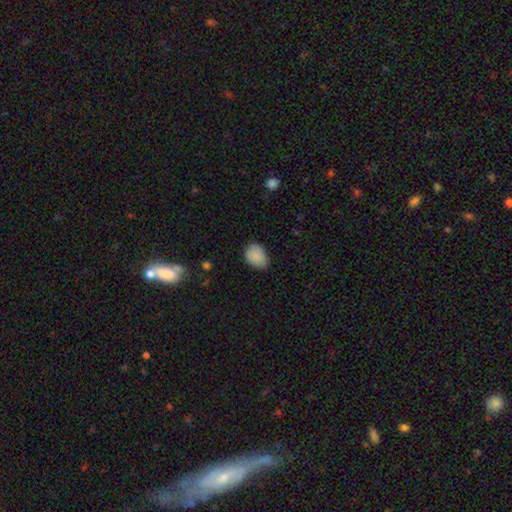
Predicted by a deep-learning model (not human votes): Overall: smooth (87%). How rounded: in between (69%; round 30%). Merging: none (76%).